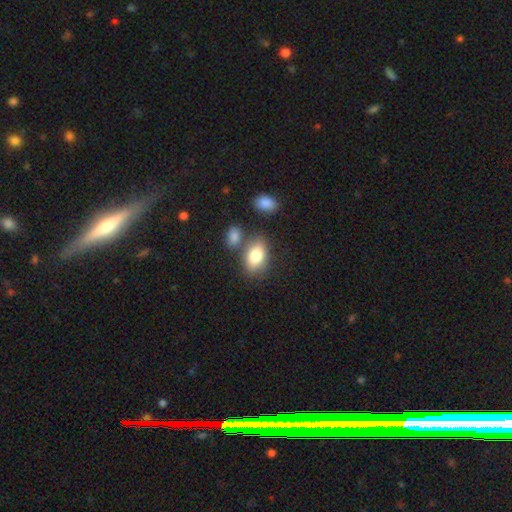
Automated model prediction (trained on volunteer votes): The model was most divided on "merging": none: 63%, merger: 17%, minor disturbance: 15%, major disturbance: 5%. More confident: how rounded — in between (88%); smooth or featured — smooth (81%).